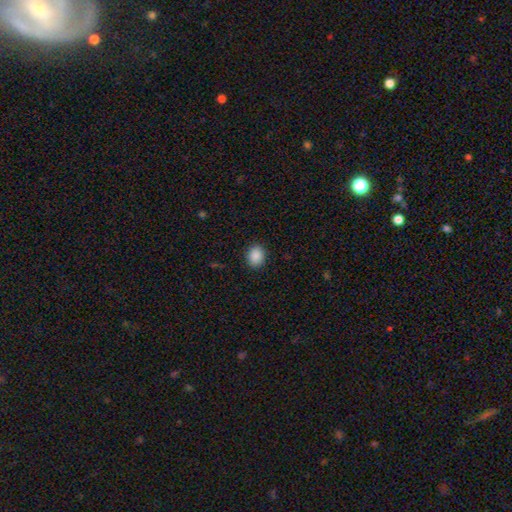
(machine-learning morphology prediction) A smooth galaxy with no disk features (89%) that is in between round and cigar-shaped (56%). Merging: none (89%).